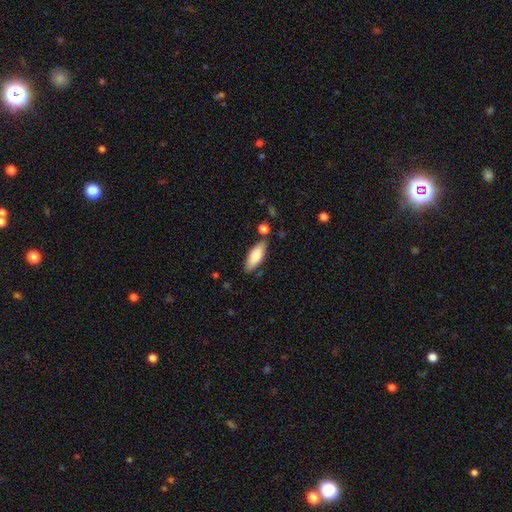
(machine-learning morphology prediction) Q: Smooth or featured?
A: smooth (81%); runner-up: featured or disk (13%)
Q: How rounded?
A: in between (69%); runner-up: cigar-shaped (29%)
Q: Merging?
A: none (80%); runner-up: minor disturbance (12%)